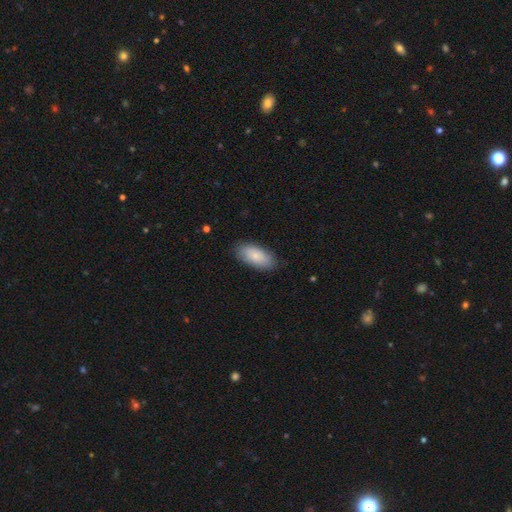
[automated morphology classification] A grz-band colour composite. It shows a smooth galaxy with no disk features (82%) that is in between round and cigar-shaped (91%). Merging: none (84%).